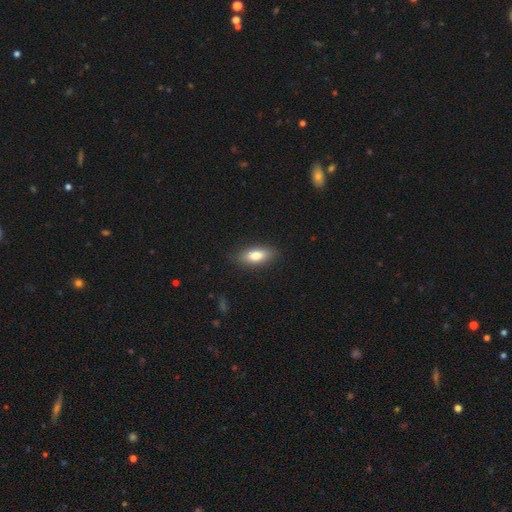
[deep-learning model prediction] Smooth or featured: smooth — 79% (featured or disk — 14%)
How rounded: in between — 81% (cigar-shaped — 16%)
Merging: none — 86% (minor disturbance — 11%)